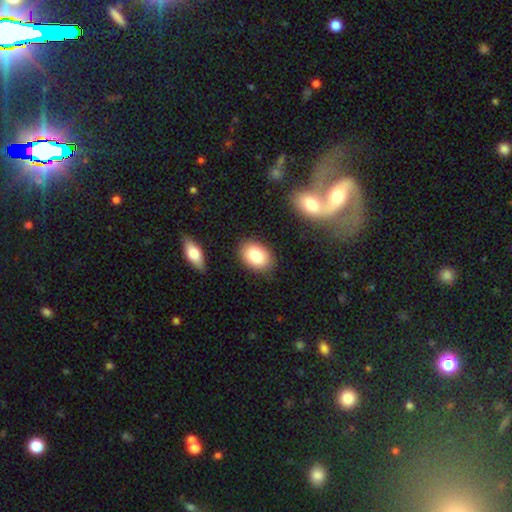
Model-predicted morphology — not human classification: Smooth or featured? smooth (83%)
How rounded? in between (81%)
Merging? none (85%)